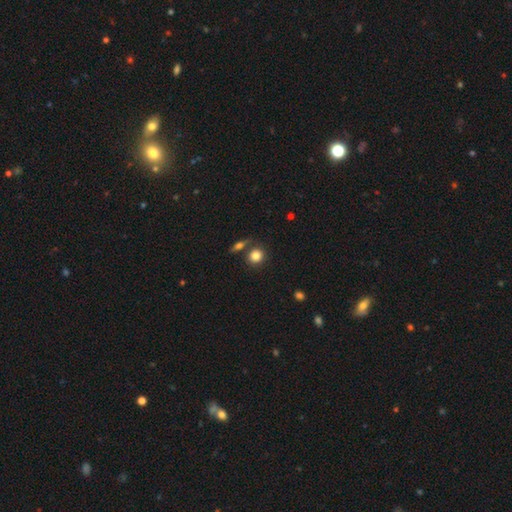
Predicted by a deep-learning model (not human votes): This is clearly a smooth galaxy (82%). How rounded: clearly round (82%). Merging: likely none (71%).